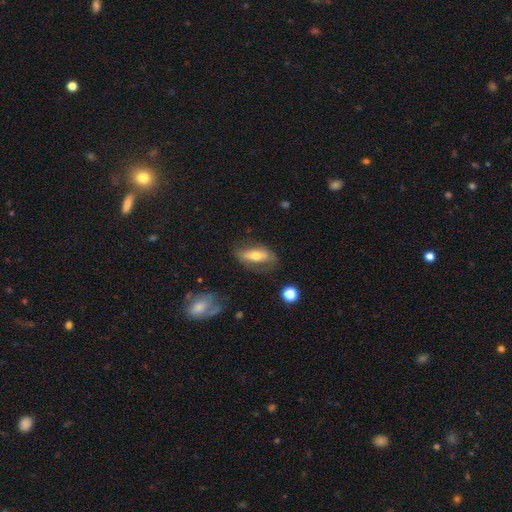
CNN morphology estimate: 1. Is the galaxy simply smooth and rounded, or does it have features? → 49% smooth, 44% featured or disk, 7% star or artifact.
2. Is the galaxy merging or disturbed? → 63% none, 23% minor disturbance, 12% major disturbance, 3% merger.